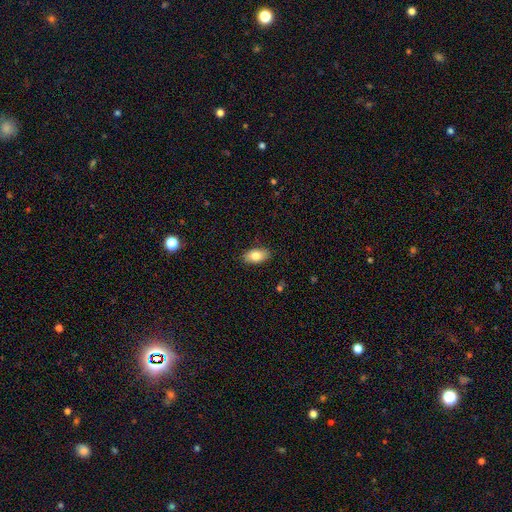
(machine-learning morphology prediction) This appears to be a smooth galaxy with no disk features (82%) that is in between round and cigar-shaped (92%). Merging: none (87%).